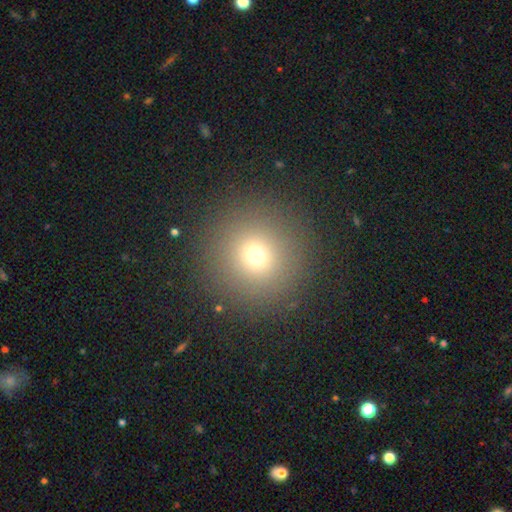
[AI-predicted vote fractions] This is likely a smooth galaxy (70%). How rounded: clearly round (96%). Merging: clearly none (90%).